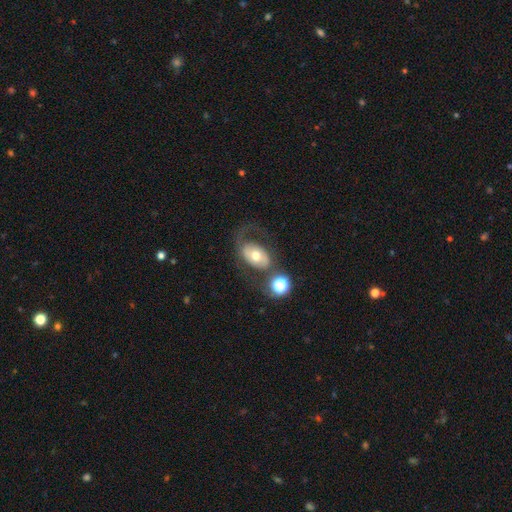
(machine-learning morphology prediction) Smooth or featured? featured or disk (55%)
Edge-on disk? no (94%)
Bar? no (67%)
Spiral arms? yes (59%)
Bulge size? moderate (70%)
Merging? none (49%)